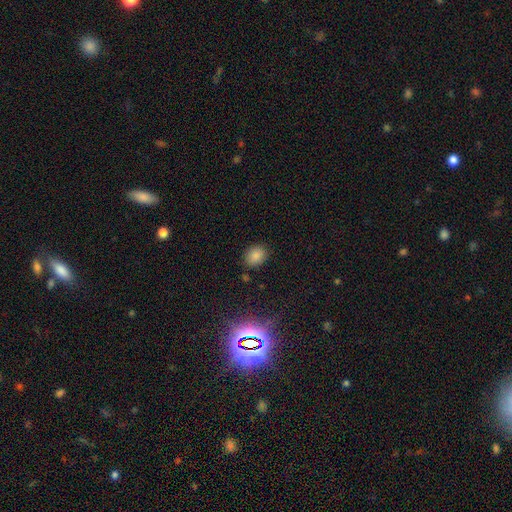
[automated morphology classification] Smooth or featured? Predicted: smooth (p=0.82). How rounded? Predicted: in between (p=0.57). Merging? Predicted: none (p=0.83).